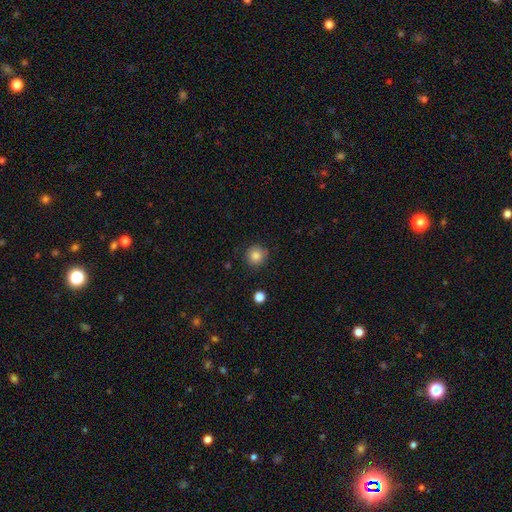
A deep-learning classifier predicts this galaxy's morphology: smooth 84%, star or artifact 11%, featured or disk 5%. Down the decision tree: how rounded — round (93%); merging — none (87%).